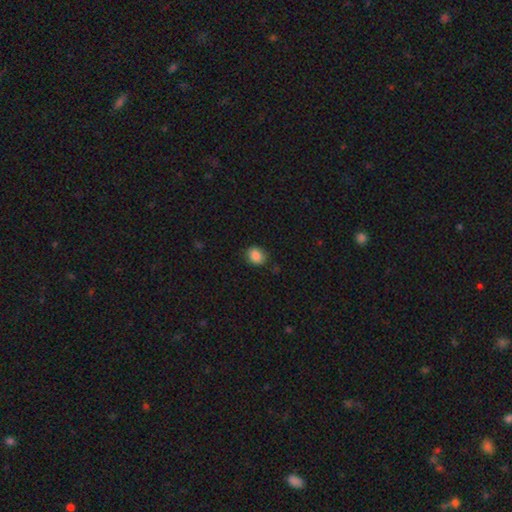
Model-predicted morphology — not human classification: This appears to be a smooth galaxy with no disk features (86%) that is round (50%). Merging: none (83%).